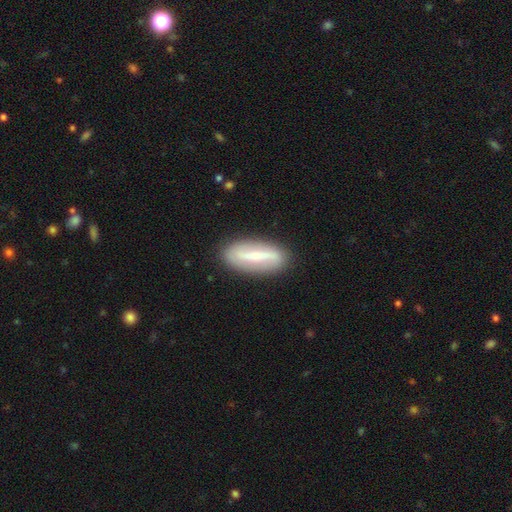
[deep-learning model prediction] Q: Smooth or featured?
A: featured or disk (60%); runner-up: smooth (33%)
Q: Edge-on disk?
A: no (80%); runner-up: yes (20%)
Q: Merging?
A: none (86%); runner-up: minor disturbance (10%)